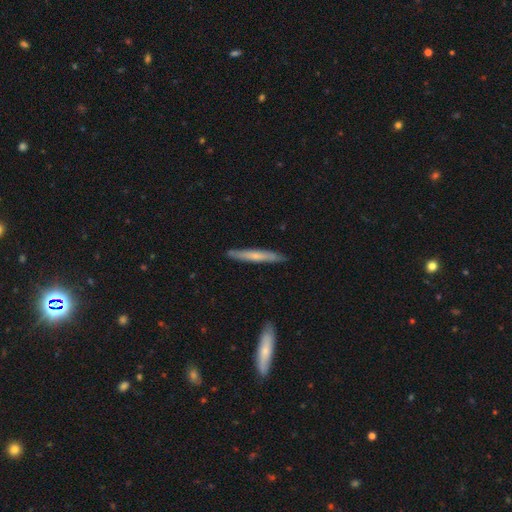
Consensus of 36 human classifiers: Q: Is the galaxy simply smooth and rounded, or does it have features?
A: smooth — 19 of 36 (53%).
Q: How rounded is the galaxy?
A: cigar-shaped — 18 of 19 (95%).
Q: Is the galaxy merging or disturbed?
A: none — 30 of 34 (88%).